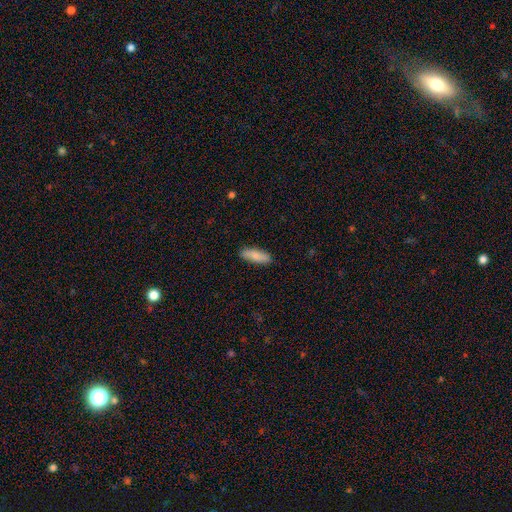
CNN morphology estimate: Overall: smooth (83%). How rounded: in between (58%; cigar-shaped 40%). Merging: none (88%).